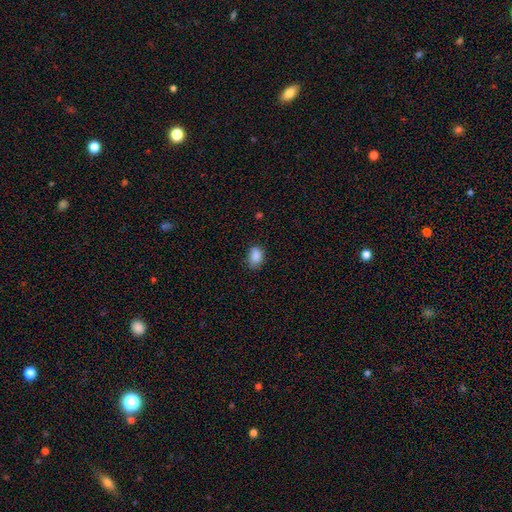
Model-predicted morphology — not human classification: Smooth or featured? Predicted: smooth (p=0.87). How rounded? Predicted: in between (p=0.75). Merging? Predicted: none (p=0.75).